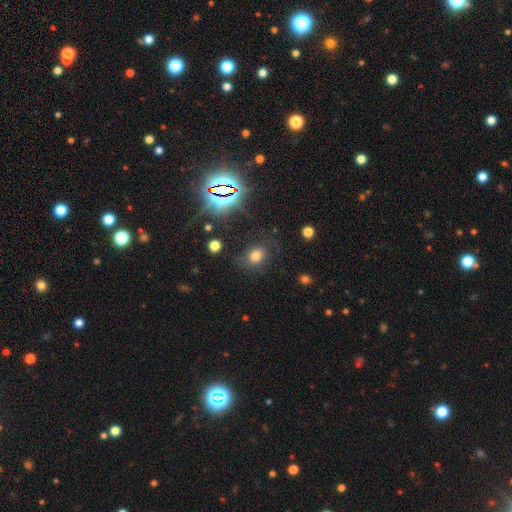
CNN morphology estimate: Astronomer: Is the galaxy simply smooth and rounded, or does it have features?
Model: smooth — 66%.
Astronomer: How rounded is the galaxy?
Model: round — 53% (runner-up: in between, 46%).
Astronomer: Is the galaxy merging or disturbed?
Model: none — 73%.